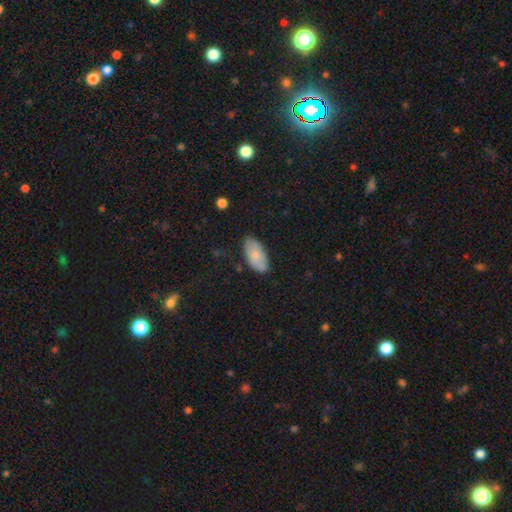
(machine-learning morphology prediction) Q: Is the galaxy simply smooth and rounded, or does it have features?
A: smooth — 74%.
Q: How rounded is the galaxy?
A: in between — 94%.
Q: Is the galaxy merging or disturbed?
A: none — 76%.